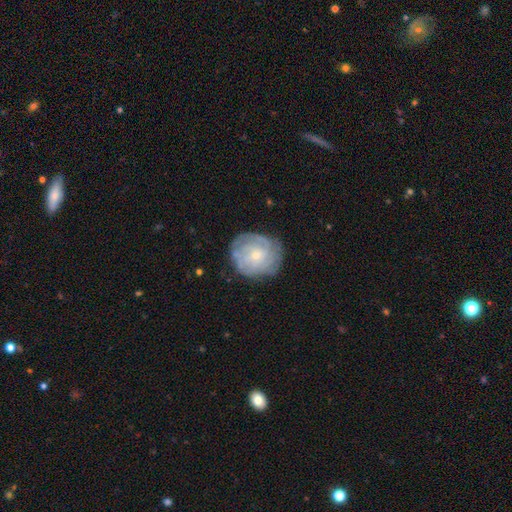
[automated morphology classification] Smooth or featured? Predicted: featured or disk (p=0.68). Edge-on disk? Predicted: no (p=0.97). Bar? Predicted: no (p=0.80). Spiral arms? Predicted: yes (p=0.84). Spiral winding? Predicted: tight (p=0.71). Spiral arm count? Predicted: can't tell (p=0.51). Bulge size? Predicted: small (p=0.79). Merging? Predicted: none (p=0.77).